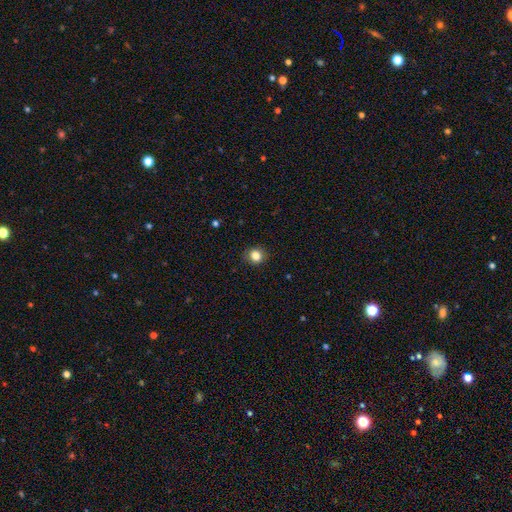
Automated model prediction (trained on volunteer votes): A smooth galaxy with no disk features (84%) that is round (78%).

Vote fractions:
- Smooth or featured? smooth: 84% / star or artifact: 11% / featured or disk: 6%
- How rounded? round: 78% / in between: 21% / cigar-shaped: 1%
- Merging? none: 88% / minor disturbance: 9% / major disturbance: 2% / merger: 1%